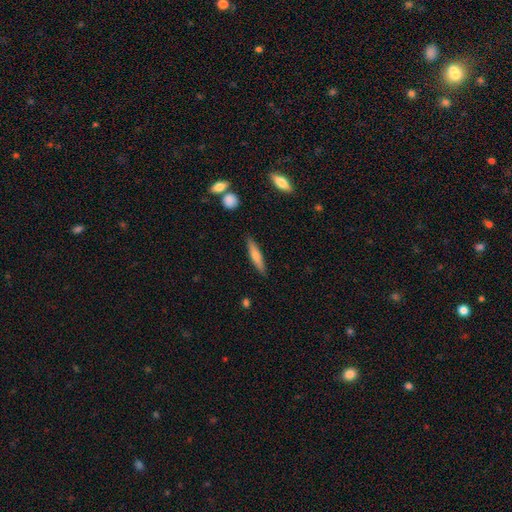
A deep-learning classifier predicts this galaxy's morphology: Q: Smooth or featured?
A: smooth (64%); runner-up: featured or disk (30%)
Q: How rounded?
A: cigar-shaped (85%); runner-up: in between (13%)
Q: Merging?
A: none (87%); runner-up: minor disturbance (9%)